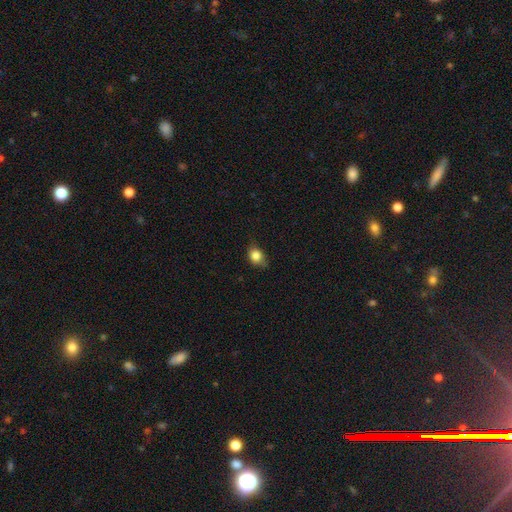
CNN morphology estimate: Smooth or featured? smooth (83%)
How rounded? in between (53%)
Merging? none (65%)